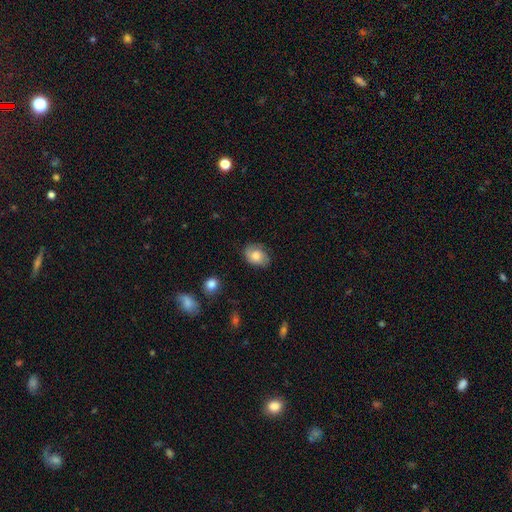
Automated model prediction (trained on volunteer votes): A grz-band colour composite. It shows a smooth galaxy with no disk features (62%) that is in between round and cigar-shaped (67%). Merging: none (73%).